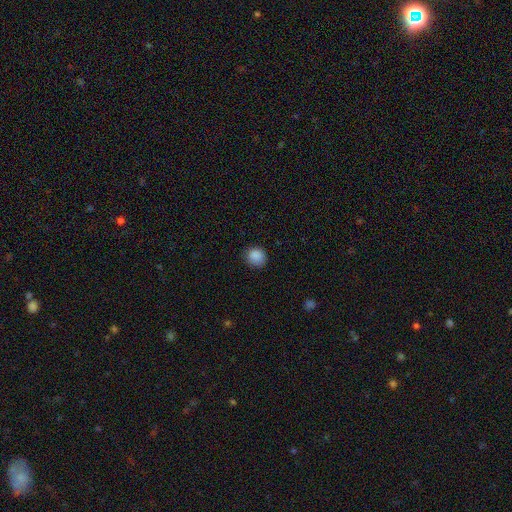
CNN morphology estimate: type=smooth (87%); roundness=round (81%); merging=none (81%).